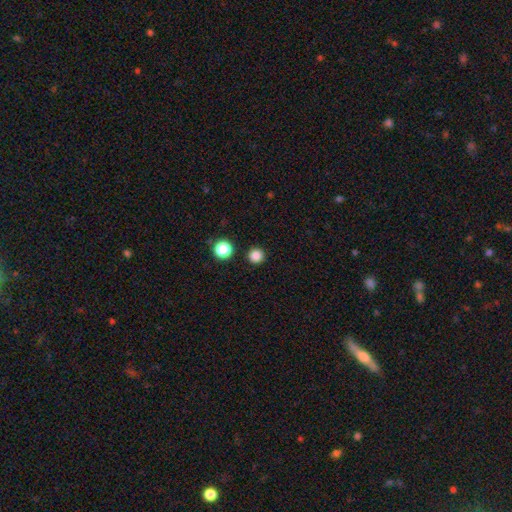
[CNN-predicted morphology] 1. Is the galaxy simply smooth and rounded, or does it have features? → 84% smooth, 13% star or artifact, 3% featured or disk.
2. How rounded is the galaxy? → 96% round, 3% in between, 1% cigar-shaped.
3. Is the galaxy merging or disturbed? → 92% none, 4% minor disturbance, 2% merger, 2% major disturbance.